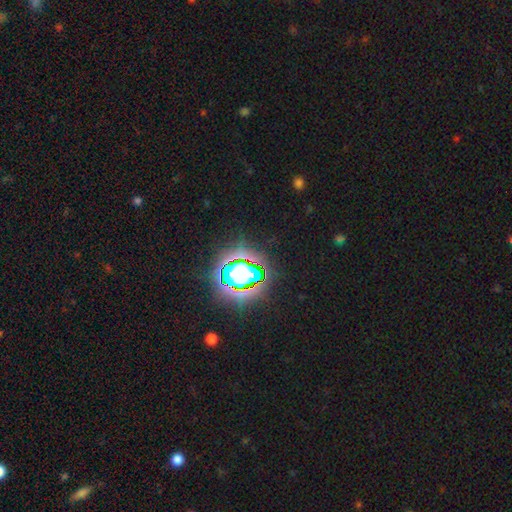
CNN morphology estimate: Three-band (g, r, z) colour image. It shows a star or artifact, not a galaxy (73%).